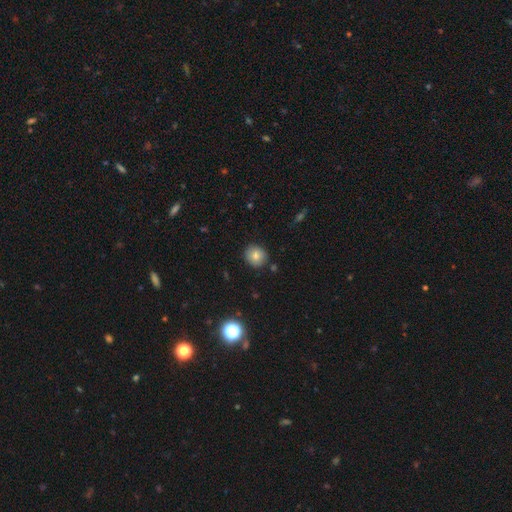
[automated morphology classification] smooth 79%, star or artifact 11%, featured or disk 10%. Down the decision tree: how rounded — round (87%); merging — none (88%).